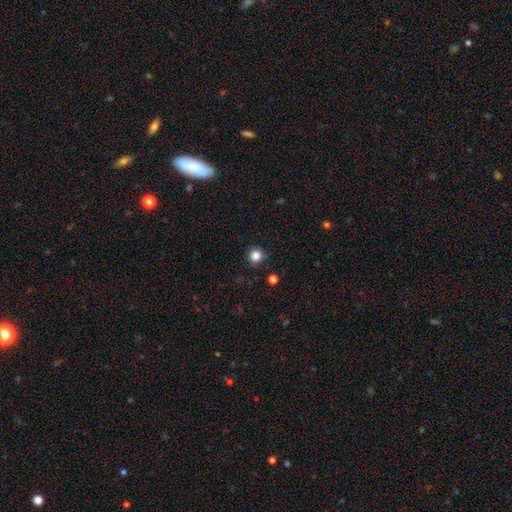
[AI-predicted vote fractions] This appears to be a smooth galaxy with no disk features (84%) that is round (93%). Merging: none (90%).